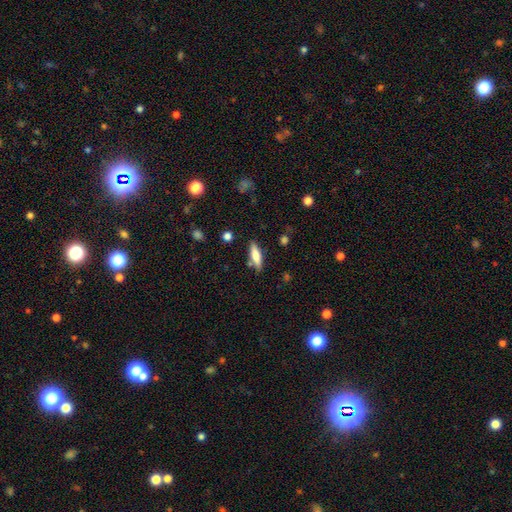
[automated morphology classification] Overall: smooth (68%). How rounded: cigar-shaped (61%; in between 38%). Merging: none (80%).